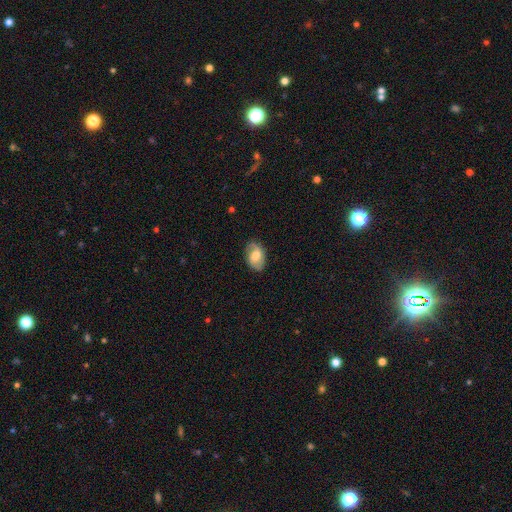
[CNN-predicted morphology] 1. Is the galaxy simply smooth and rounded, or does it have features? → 53% featured or disk, 40% smooth, 7% star or artifact.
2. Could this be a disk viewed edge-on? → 95% no, 5% yes.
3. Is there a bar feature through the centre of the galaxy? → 46% weak, 42% no, 12% strong.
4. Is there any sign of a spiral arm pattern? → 83% yes, 17% no.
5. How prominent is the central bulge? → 52% moderate, 28% large, 13% small, 4% none, 2% dominant.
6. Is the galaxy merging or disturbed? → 79% none, 15% minor disturbance, 4% major disturbance, 1% merger.